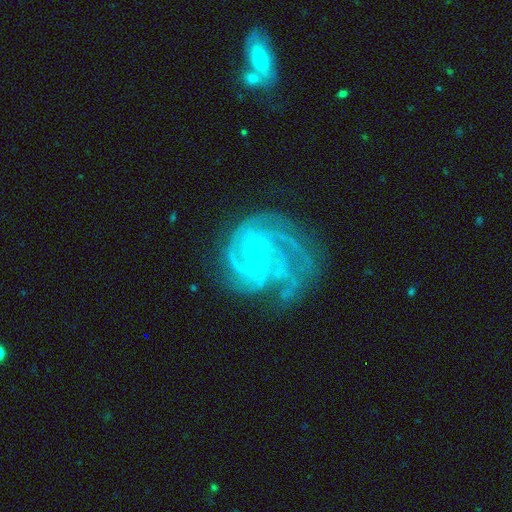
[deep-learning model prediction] Smooth or featured? featured or disk (89%)
Edge-on disk? no (98%)
Bar? no (66%)
Spiral arms? yes (97%)
Spiral winding? tight (66%)
Spiral arm count? 4 (32%)
Bulge size? small (86%)
Merging? none (55%)